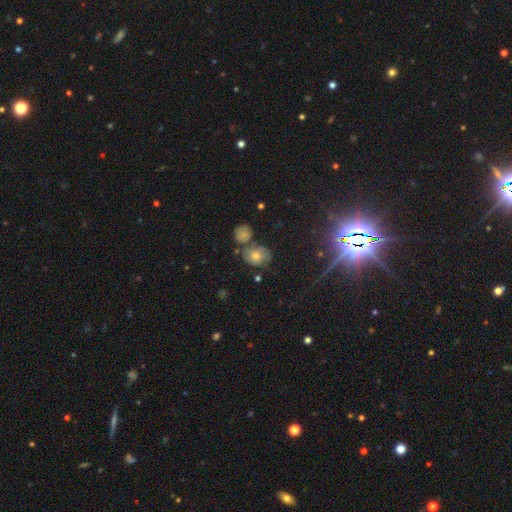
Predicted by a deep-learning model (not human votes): Overall: featured or disk (41%; smooth 34%). Merging: none (60%).